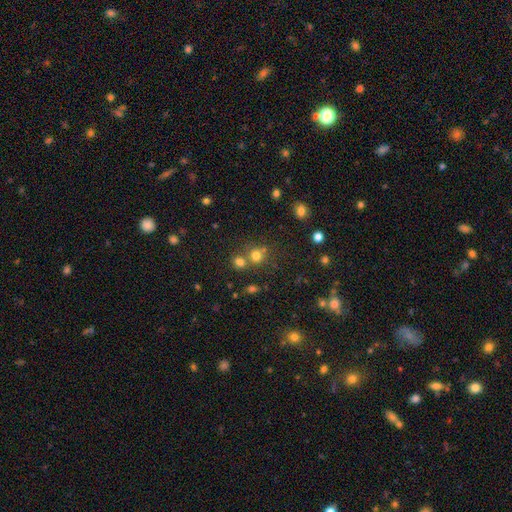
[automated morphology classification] This is likely a smooth galaxy (72%). How rounded: clearly round (85%). Merging: possibly none (57%).